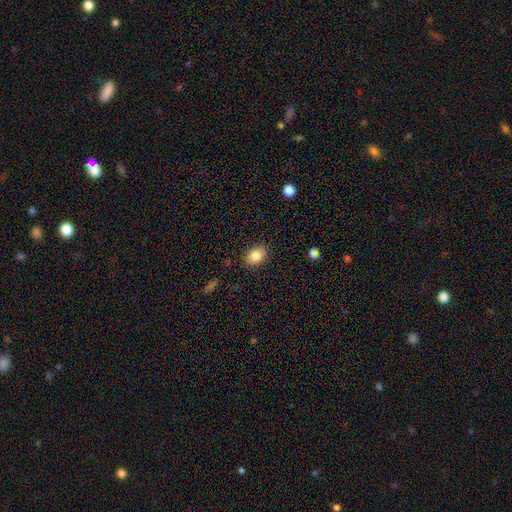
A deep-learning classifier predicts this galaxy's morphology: smooth-or-featured: smooth: 86% | star or artifact: 8% | featured or disk: 6%
  how-rounded: in between: 77% | round: 22% | cigar-shaped: 1%
  merging: none: 85% | minor disturbance: 10% | major disturbance: 3% | merger: 1%